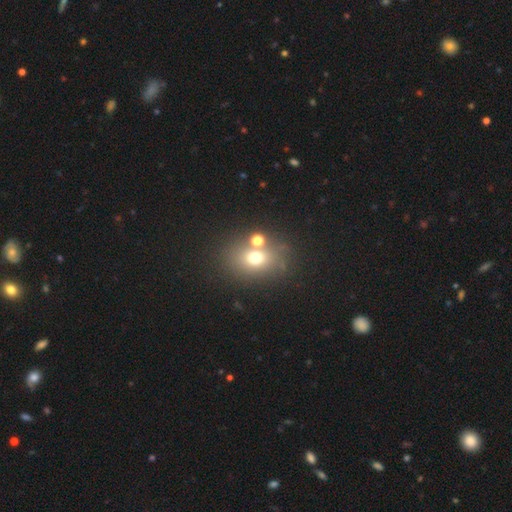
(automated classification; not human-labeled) Smooth or featured? smooth (63%)
How rounded? round (52%)
Merging? none (64%)